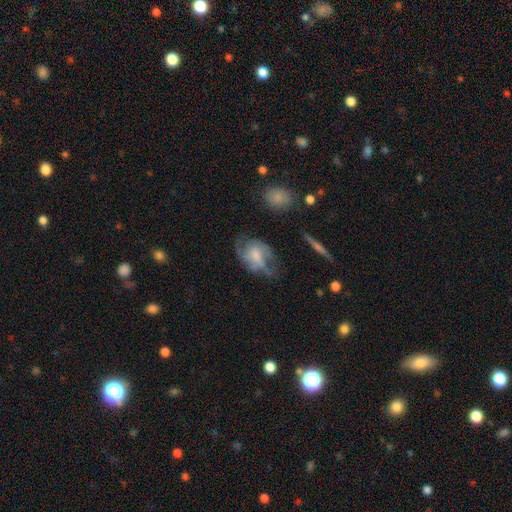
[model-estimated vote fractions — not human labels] A featured or disk galaxy (50%).

Vote fractions:
- Smooth or featured? featured or disk: 50% / smooth: 41% / star or artifact: 9%
- Merging? none: 40% / major disturbance: 29% / minor disturbance: 27% / merger: 4%